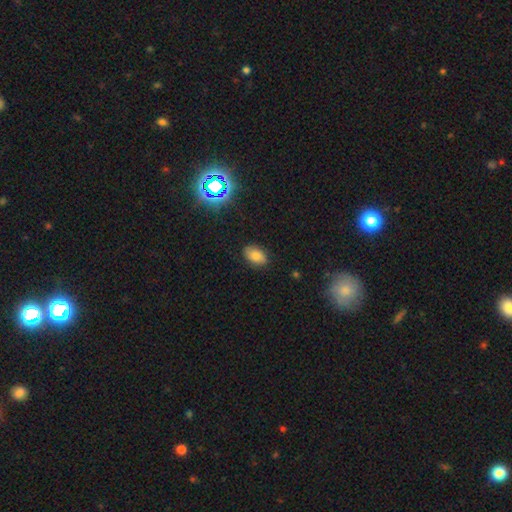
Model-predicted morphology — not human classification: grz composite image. It shows a smooth galaxy with no disk features (79%) that is in between round and cigar-shaped (90%). Merging: none (84%).